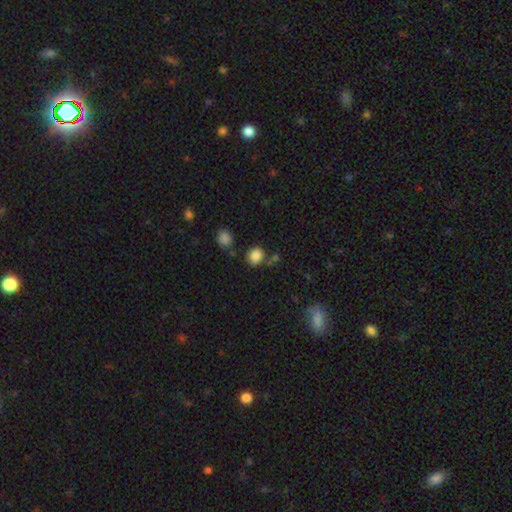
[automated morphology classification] A smooth galaxy with no disk features (85%) that is round (63%). Merging: none (73%).